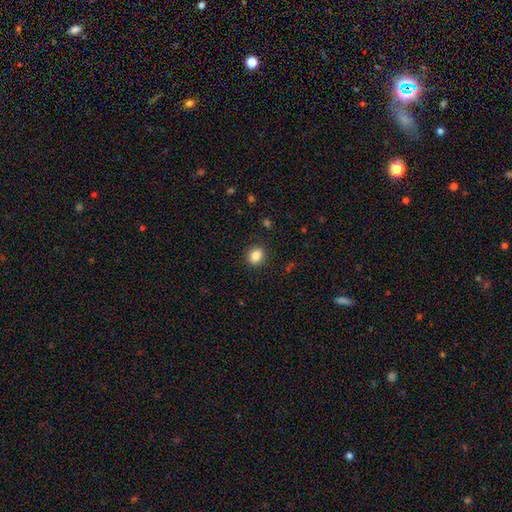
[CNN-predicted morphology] smooth-or-featured: smooth: 85% | star or artifact: 10% | featured or disk: 5%
  how-rounded: round: 67% | in between: 32% | cigar-shaped: 1%
  merging: none: 89% | minor disturbance: 7% | major disturbance: 2% | merger: 1%